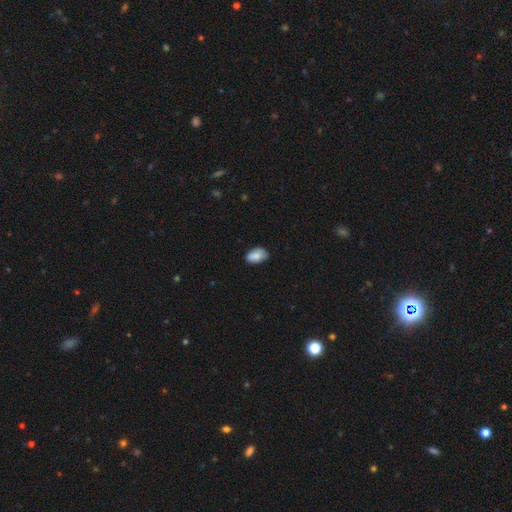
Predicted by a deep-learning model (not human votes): Morphology: type=smooth (85%); roundness=in between (92%); merging=none (75%).